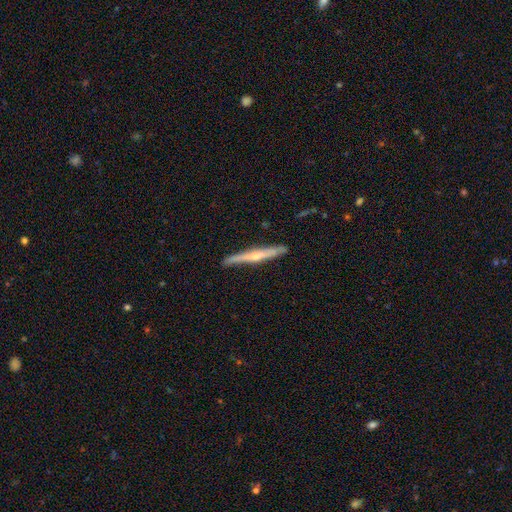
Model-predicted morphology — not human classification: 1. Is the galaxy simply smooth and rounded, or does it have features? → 66% featured or disk, 29% smooth, 5% star or artifact.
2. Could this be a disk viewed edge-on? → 96% yes, 4% no.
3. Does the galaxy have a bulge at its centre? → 75% rounded, 20% none, 4% boxy.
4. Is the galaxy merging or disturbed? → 87% none, 10% minor disturbance, 2% major disturbance, 1% merger.